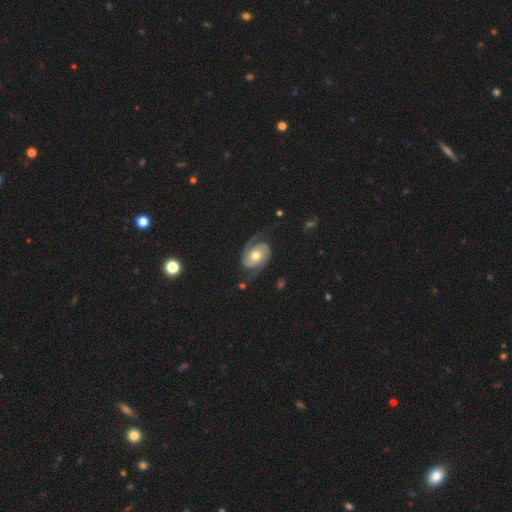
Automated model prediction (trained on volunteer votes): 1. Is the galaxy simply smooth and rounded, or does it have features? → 86% featured or disk, 9% smooth, 5% star or artifact.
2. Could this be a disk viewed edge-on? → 97% no, 3% yes.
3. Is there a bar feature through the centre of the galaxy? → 71% no, 22% weak, 7% strong.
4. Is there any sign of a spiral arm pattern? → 96% yes, 4% no.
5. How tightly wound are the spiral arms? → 45% medium, 34% tight, 22% loose.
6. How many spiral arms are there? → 91% 2, 3% can't tell, 3% 1, 1% 3, 1% 4, 1% more than 4.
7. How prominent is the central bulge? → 75% moderate, 14% small, 9% large, 1% dominant, 1% none.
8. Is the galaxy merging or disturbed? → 73% none, 17% minor disturbance, 9% major disturbance, 2% merger.